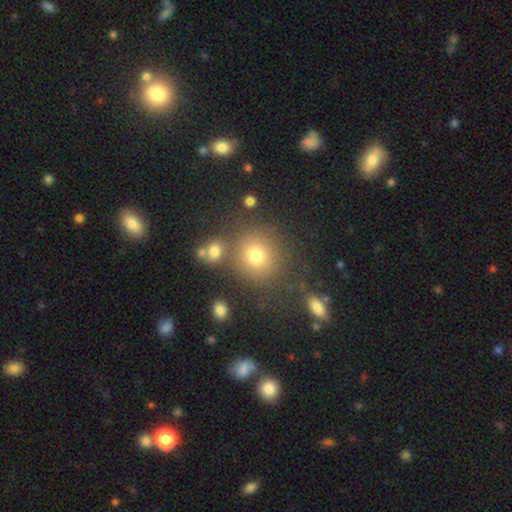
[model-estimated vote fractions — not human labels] A smooth galaxy with no disk features (72%) that is round (86%). Merging: none (75%).